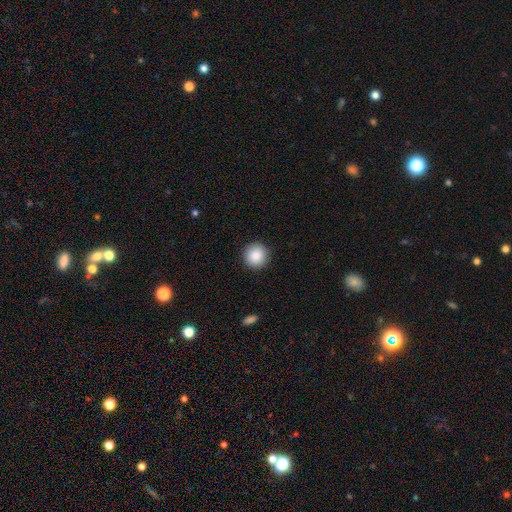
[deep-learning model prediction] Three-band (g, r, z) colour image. It shows a smooth galaxy with no disk features (88%) that is round (95%). Merging: none (92%).